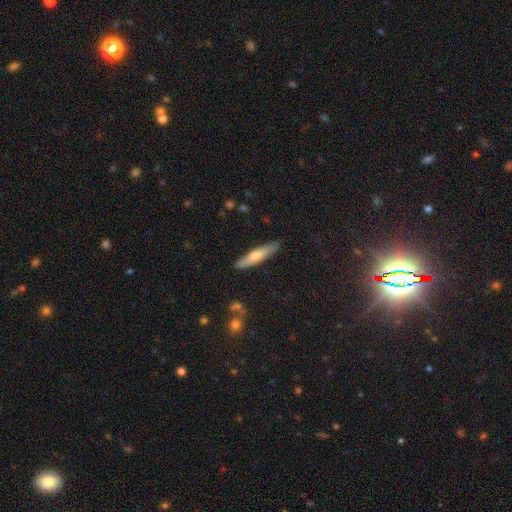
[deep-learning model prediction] Smooth or featured?
  - smooth: 60% *
  - featured or disk: 34%
  - star or artifact: 6%
How rounded?
  - cigar-shaped: 85% *
  - in between: 13%
  - round: 1%
Merging?
  - none: 86% *
  - minor disturbance: 10%
  - major disturbance: 2%
  - merger: 2%